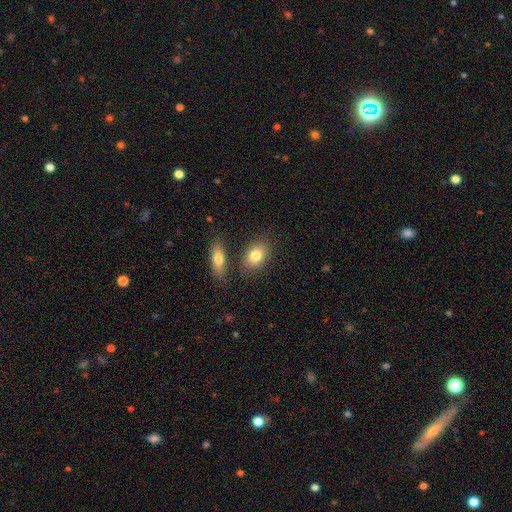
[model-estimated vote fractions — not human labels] smooth 80%, featured or disk 12%, star or artifact 8%. Down the decision tree: how rounded — in between (78%); merging — none (76%).